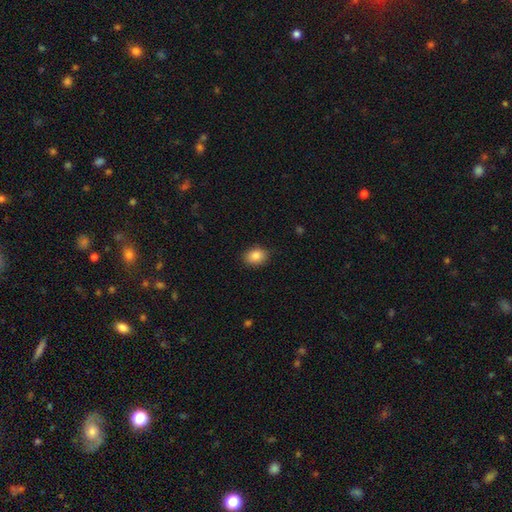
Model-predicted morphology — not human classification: type=smooth (87%); roundness=in between (67%); merging=none (87%).